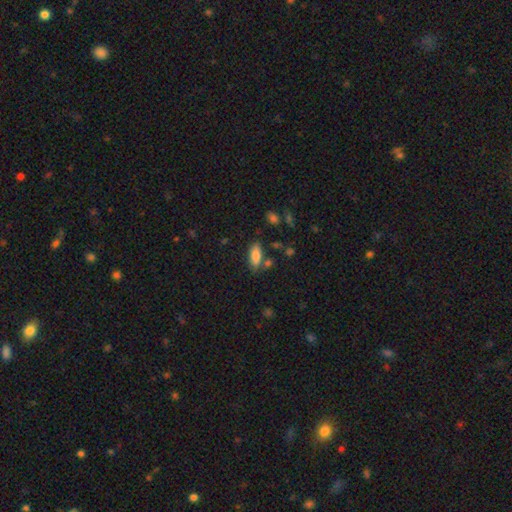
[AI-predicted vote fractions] smooth_or_featured: smooth (p=0.81) [alt: featured or disk p=0.11]
how_rounded: in between (p=0.76) [alt: cigar-shaped p=0.21]
merging: none (p=0.73) [alt: minor disturbance p=0.15]